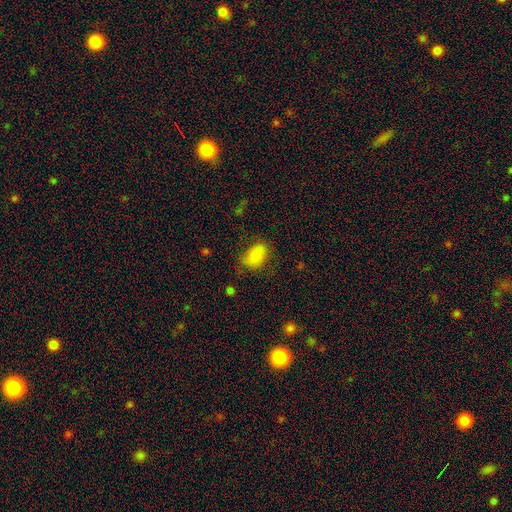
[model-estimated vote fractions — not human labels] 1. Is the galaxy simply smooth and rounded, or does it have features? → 84% smooth, 8% star or artifact, 8% featured or disk.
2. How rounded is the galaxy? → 88% in between, 11% round, 1% cigar-shaped.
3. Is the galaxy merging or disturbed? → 71% none, 21% minor disturbance, 7% major disturbance, 2% merger.